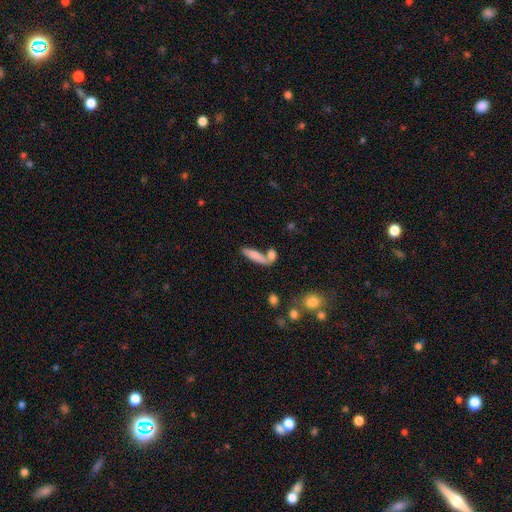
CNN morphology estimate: Smooth or featured? Predicted: smooth (p=0.76). How rounded? Predicted: cigar-shaped (p=0.63). Merging? Predicted: none (p=0.47).